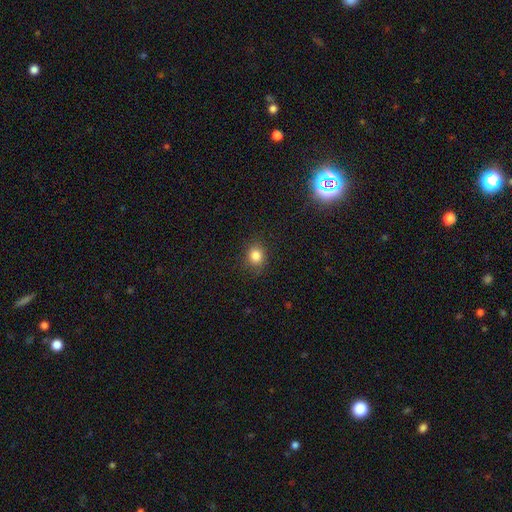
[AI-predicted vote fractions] Smooth or featured: smooth — 84% (star or artifact — 12%)
How rounded: round — 71% (in between — 28%)
Merging: none — 87% (minor disturbance — 9%)